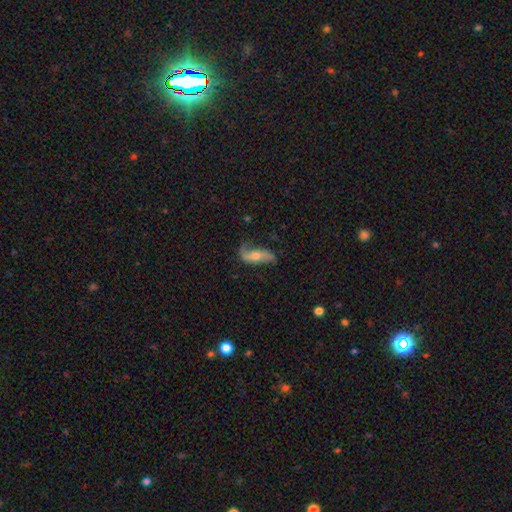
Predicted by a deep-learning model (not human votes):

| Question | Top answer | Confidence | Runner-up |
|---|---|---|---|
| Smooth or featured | featured or disk | 70% | smooth (23%) |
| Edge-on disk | no | 86% | yes (14%) |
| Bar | no | 55% | weak (26%) |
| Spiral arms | yes | 89% | no (11%) |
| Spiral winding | loose | 79% | medium (15%) |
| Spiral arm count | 2 | 84% | 1 (9%) |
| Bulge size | moderate | 58% | small (34%) |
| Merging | none | 62% | minor disturbance (23%) |